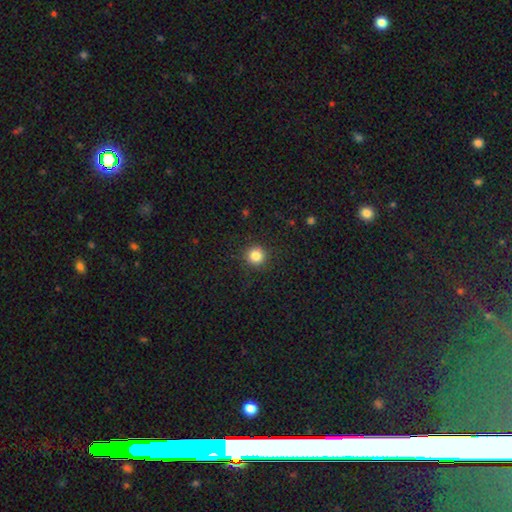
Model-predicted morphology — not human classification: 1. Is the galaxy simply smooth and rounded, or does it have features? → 84% smooth, 12% star or artifact, 4% featured or disk.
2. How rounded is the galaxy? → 94% round, 5% in between, 1% cigar-shaped.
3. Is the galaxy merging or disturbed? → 91% none, 6% minor disturbance, 2% major disturbance, 1% merger.